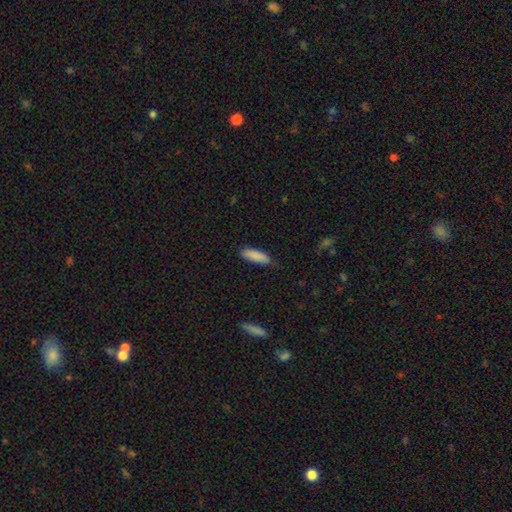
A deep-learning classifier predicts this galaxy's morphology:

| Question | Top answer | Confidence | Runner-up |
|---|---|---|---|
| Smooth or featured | smooth | 87% | star or artifact (6%) |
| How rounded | cigar-shaped | 57% | in between (42%) |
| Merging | none | 74% | minor disturbance (21%) |